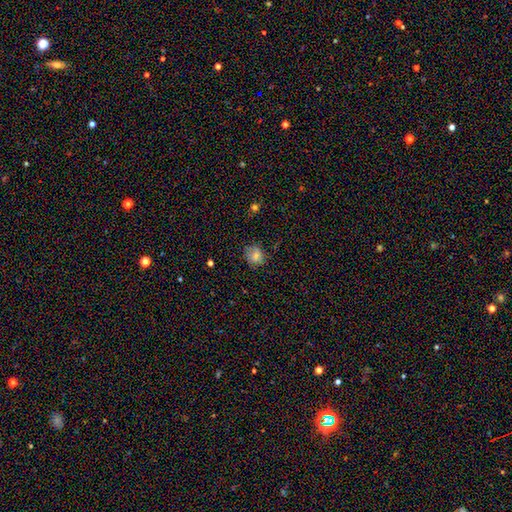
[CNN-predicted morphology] type=smooth (78%); roundness=round (78%); merging=none (75%).